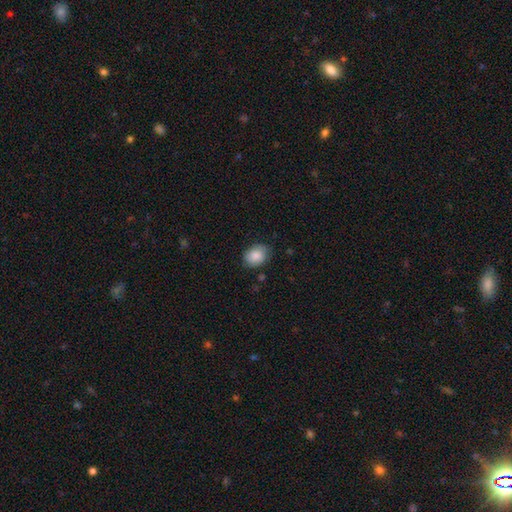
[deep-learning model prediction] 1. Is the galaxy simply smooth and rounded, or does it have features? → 86% smooth, 7% star or artifact, 6% featured or disk.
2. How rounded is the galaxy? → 60% in between, 39% round, 1% cigar-shaped.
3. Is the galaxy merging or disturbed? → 77% none, 18% minor disturbance, 4% major disturbance, 1% merger.